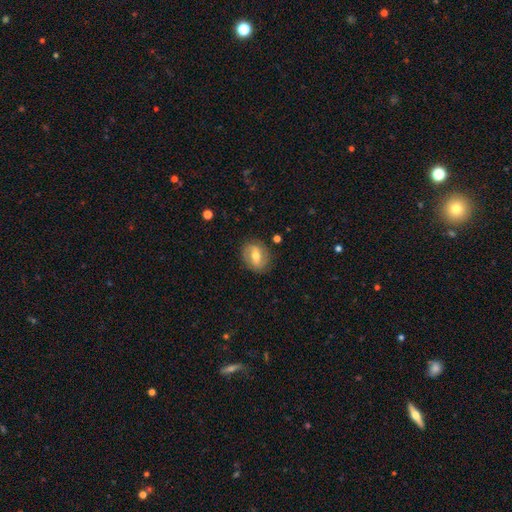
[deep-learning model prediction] A featured or disk galaxy (54%) with a weak bar (43%), spiral arms (69%) and a moderate central bulge (68%).

Vote fractions:
- Smooth or featured? featured or disk: 54% / smooth: 39% / star or artifact: 7%
- Edge-on disk? no: 94% / yes: 6%
- Bar? weak: 43% / strong: 34% / no: 23%
- Spiral arms? yes: 69% / no: 31%
- Bulge size? moderate: 68% / small: 23% / large: 7% / none: 1% / dominant: 1%
- Merging? none: 81% / minor disturbance: 13% / major disturbance: 4% / merger: 1%